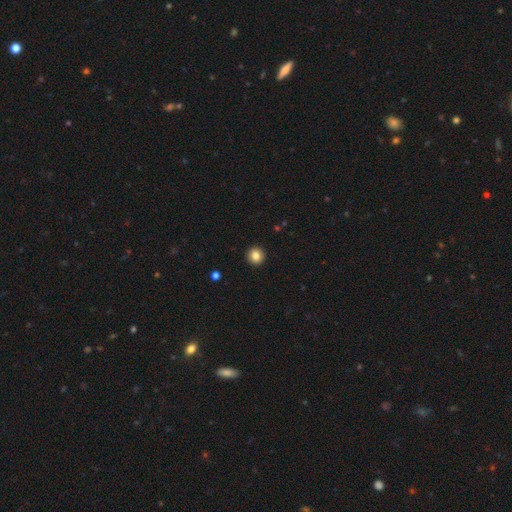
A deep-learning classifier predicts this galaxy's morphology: This is clearly a smooth galaxy (84%). How rounded: clearly round (93%). Merging: clearly none (93%).